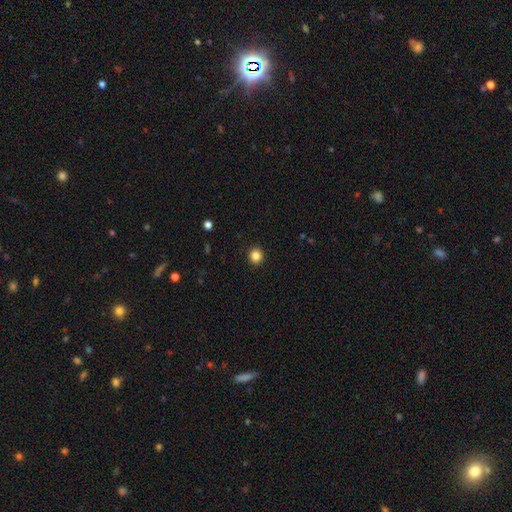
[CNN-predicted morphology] This is clearly a smooth galaxy (85%). How rounded: clearly round (90%). Merging: clearly none (93%).